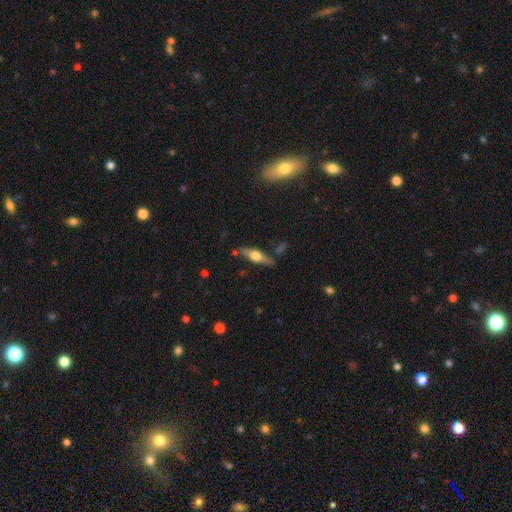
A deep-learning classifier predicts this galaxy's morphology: smooth-or-featured: featured or disk: 55% | smooth: 38% | star or artifact: 6%
  disk-edge-on: yes: 90% | no: 10%
  merging: none: 77% | minor disturbance: 15% | merger: 5% | major disturbance: 4%